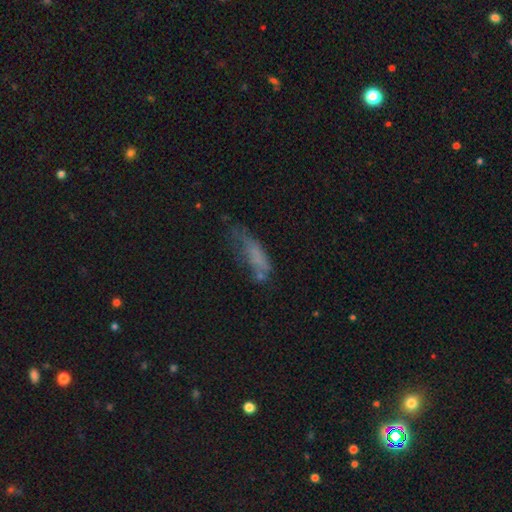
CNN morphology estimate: A smooth galaxy with no disk features (58%) that is in between round and cigar-shaped (52%).

Vote fractions:
- Smooth or featured? smooth: 58% / featured or disk: 27% / star or artifact: 15%
- How rounded? in between: 52% / cigar-shaped: 46% / round: 3%
- Merging? none: 33% / major disturbance: 31% / minor disturbance: 27% / merger: 10%